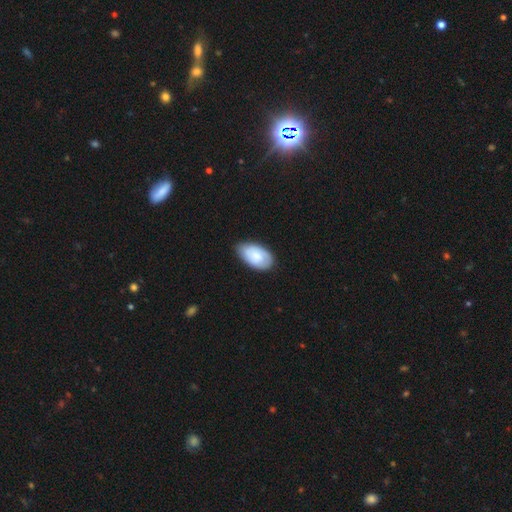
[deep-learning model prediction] smooth-or-featured: smooth: 68% | featured or disk: 26% | star or artifact: 6%
  how-rounded: in between: 94% | round: 5% | cigar-shaped: 1%
  merging: none: 74% | minor disturbance: 21% | major disturbance: 4% | merger: 1%